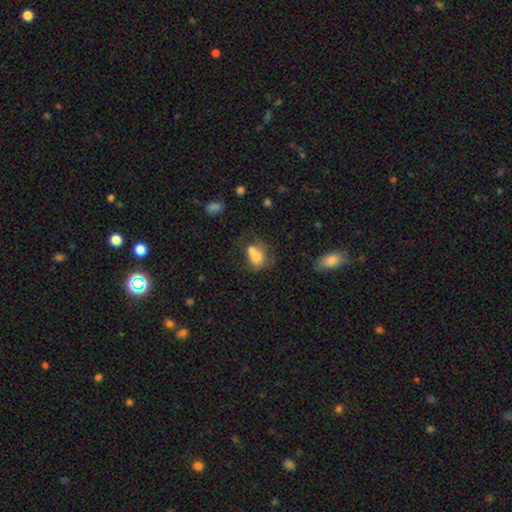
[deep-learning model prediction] Q: Smooth or featured?
A: smooth (70%); runner-up: featured or disk (20%)
Q: How rounded?
A: round (53%); runner-up: in between (46%)
Q: Merging?
A: merger (55%); runner-up: none (26%)